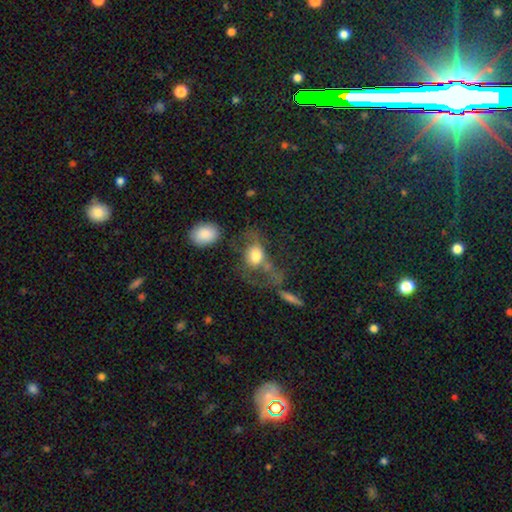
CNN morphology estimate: Smooth or featured? smooth (55%)
How rounded? in between (61%)
Merging? major disturbance (42%)